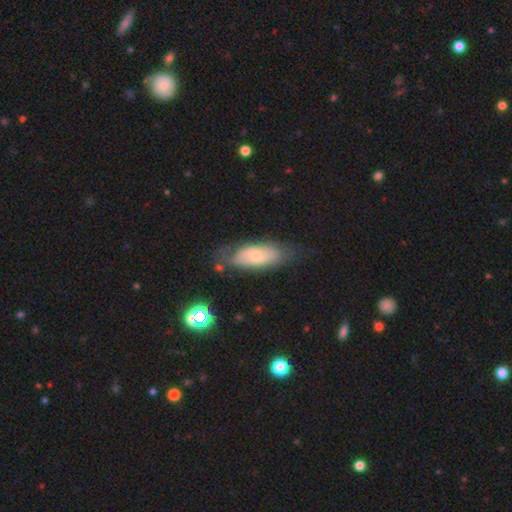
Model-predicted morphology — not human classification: smooth_or_featured: smooth (p=0.49) [alt: featured or disk p=0.44]
merging: none (p=0.59) [alt: minor disturbance p=0.26]